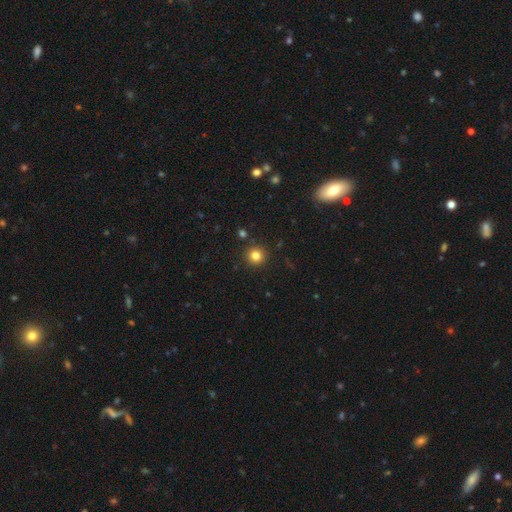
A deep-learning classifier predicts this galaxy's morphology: Q: Smooth or featured?
A: smooth (81%); runner-up: star or artifact (13%)
Q: How rounded?
A: round (94%); runner-up: in between (5%)
Q: Merging?
A: none (90%); runner-up: minor disturbance (5%)